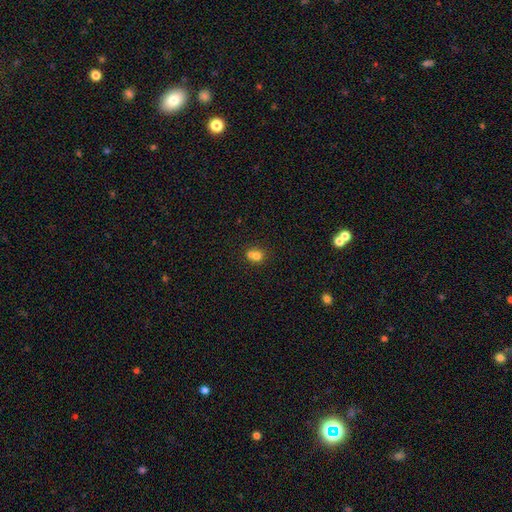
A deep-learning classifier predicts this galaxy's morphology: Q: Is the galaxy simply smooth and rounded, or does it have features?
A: smooth — 71%.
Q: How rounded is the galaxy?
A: round — 67%.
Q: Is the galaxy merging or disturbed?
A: merger — 55%.